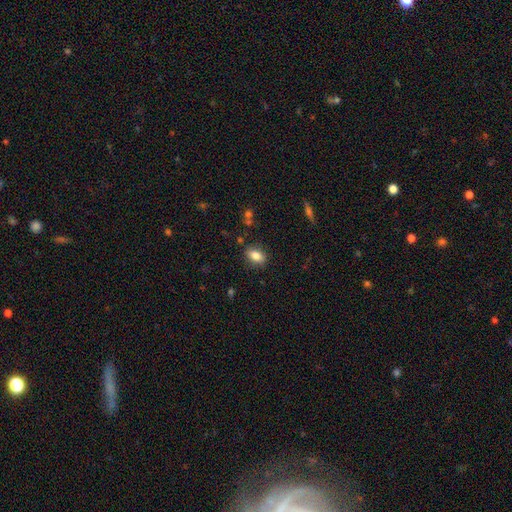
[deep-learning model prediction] Morphology: type=smooth (82%); roundness=in between (81%); merging=none (85%).